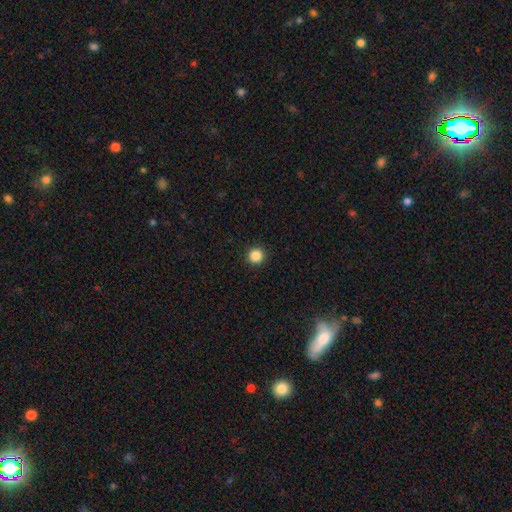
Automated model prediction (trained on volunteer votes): Smooth or featured?
  - smooth: 86% *
  - star or artifact: 11%
  - featured or disk: 3%
How rounded?
  - round: 95% *
  - in between: 4%
  - cigar-shaped: 1%
Merging?
  - none: 93% *
  - minor disturbance: 4%
  - major disturbance: 2%
  - merger: 1%